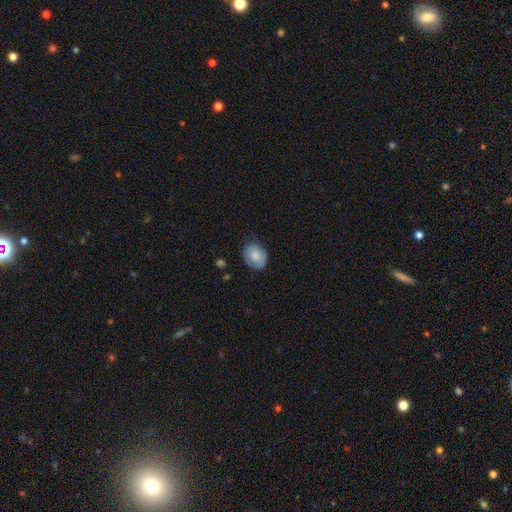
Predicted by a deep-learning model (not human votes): Q: Smooth or featured?
A: smooth (80%); runner-up: featured or disk (13%)
Q: How rounded?
A: in between (54%); runner-up: round (45%)
Q: Merging?
A: none (76%); runner-up: minor disturbance (19%)